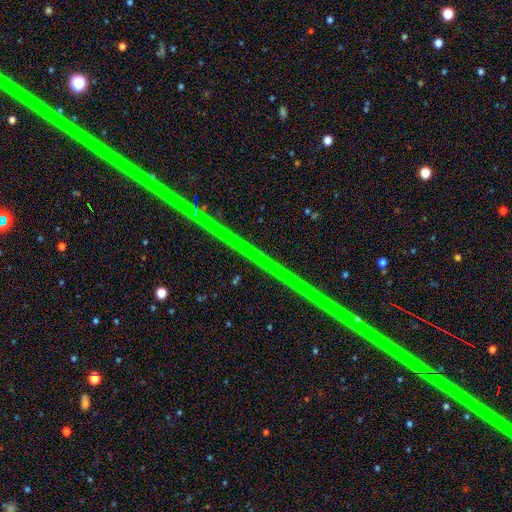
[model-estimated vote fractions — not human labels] A star or artifact, not a galaxy (90%).

Vote fractions:
- Smooth or featured? star or artifact: 90% / featured or disk: 6% / smooth: 4%